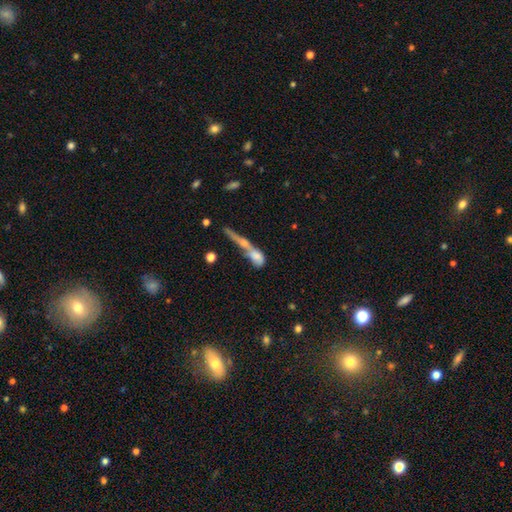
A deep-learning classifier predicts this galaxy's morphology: Smooth or featured? Predicted: smooth (p=0.59). How rounded? Predicted: in between (p=0.46). Merging? Predicted: merger (p=0.60).